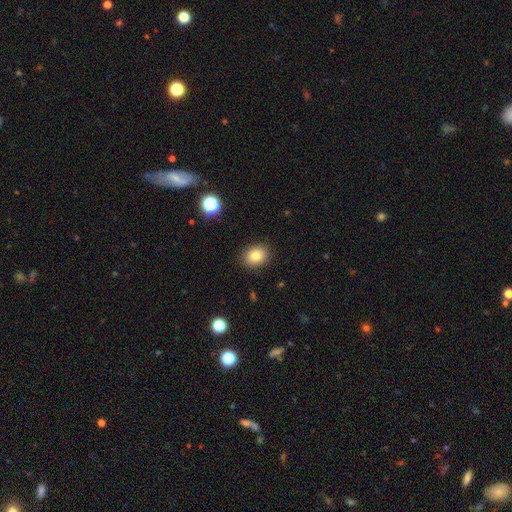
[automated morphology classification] smooth 82%, star or artifact 11%, featured or disk 7%. Down the decision tree: how rounded — round (53%); merging — none (89%).